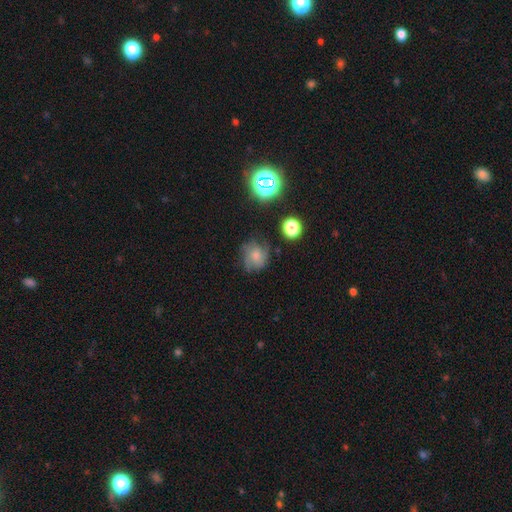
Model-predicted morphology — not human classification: A smooth galaxy with no disk features (42%). Merging: none (64%).